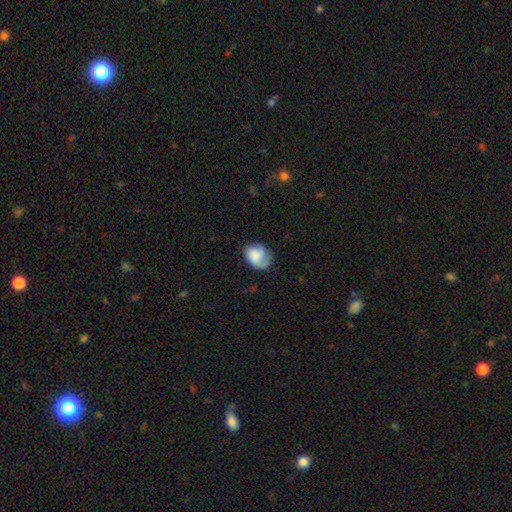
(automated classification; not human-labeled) A smooth galaxy with no disk features (63%) that is in between round and cigar-shaped (53%).

Vote fractions:
- Smooth or featured? smooth: 63% / featured or disk: 29% / star or artifact: 8%
- How rounded? in between: 53% / round: 46% / cigar-shaped: 1%
- Merging? none: 51% / minor disturbance: 30% / major disturbance: 18% / merger: 2%